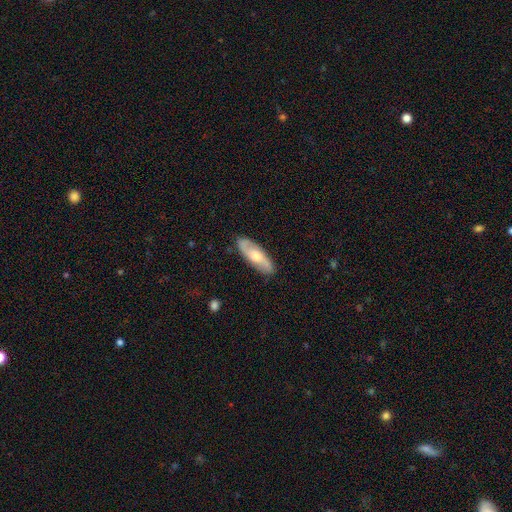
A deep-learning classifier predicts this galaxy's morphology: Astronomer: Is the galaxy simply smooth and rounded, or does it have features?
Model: featured or disk — 53% (runner-up: smooth, 42%).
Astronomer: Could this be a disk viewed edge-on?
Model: no — 72%.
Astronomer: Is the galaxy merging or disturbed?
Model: none — 86%.